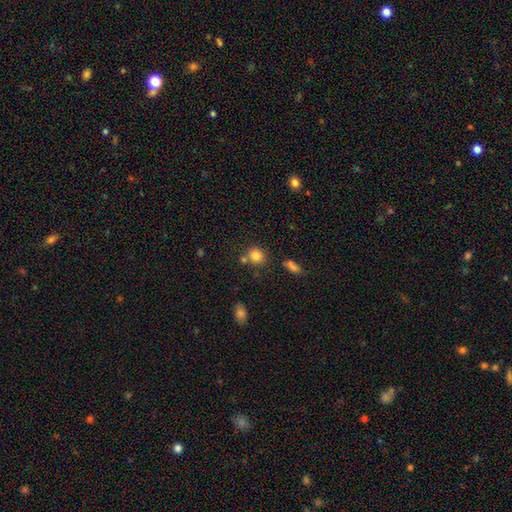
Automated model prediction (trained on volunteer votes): smooth_or_featured: smooth (p=0.82) [alt: star or artifact p=0.11]
how_rounded: round (p=0.81) [alt: in between p=0.18]
merging: none (p=0.67) [alt: merger p=0.18]